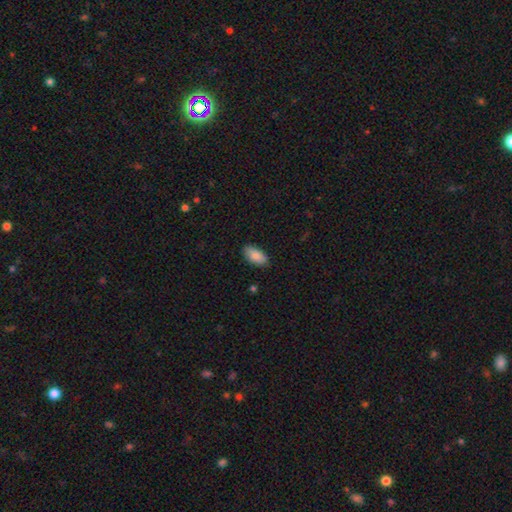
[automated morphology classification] Smooth or featured?
  - smooth: 88% *
  - star or artifact: 6%
  - featured or disk: 6%
How rounded?
  - in between: 93% *
  - cigar-shaped: 5%
  - round: 2%
Merging?
  - none: 84% *
  - minor disturbance: 12%
  - major disturbance: 2%
  - merger: 1%